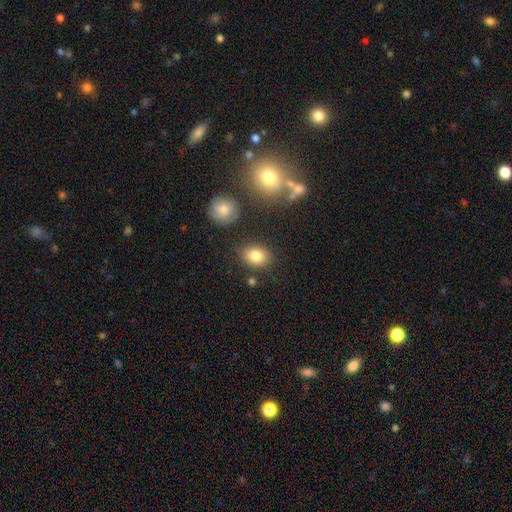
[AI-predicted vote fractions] Smooth or featured: smooth — 81% (star or artifact — 10%)
How rounded: in between — 60% (round — 39%)
Merging: none — 81% (minor disturbance — 11%)